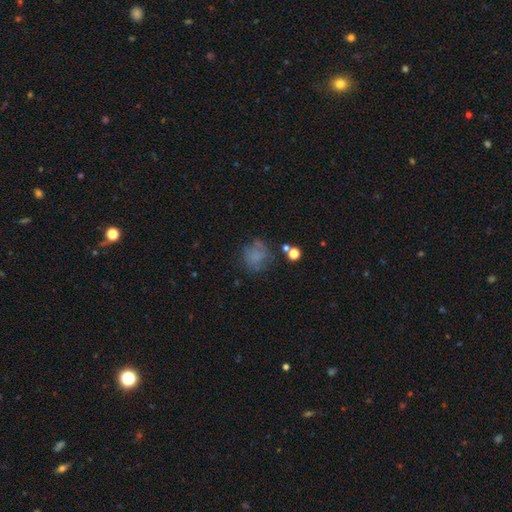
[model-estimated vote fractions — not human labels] Smooth or featured: smooth — 57% (featured or disk — 26%)
How rounded: round — 77% (in between — 22%)
Merging: none — 55% (minor disturbance — 22%)